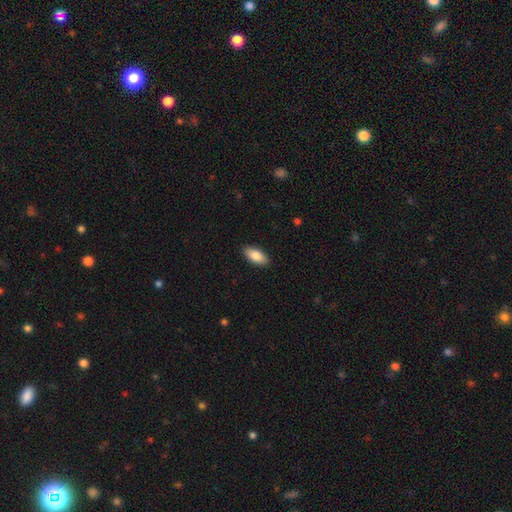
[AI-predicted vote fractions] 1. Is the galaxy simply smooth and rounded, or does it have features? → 84% smooth, 10% featured or disk, 6% star or artifact.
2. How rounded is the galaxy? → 88% in between, 10% cigar-shaped, 2% round.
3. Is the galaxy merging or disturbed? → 90% none, 8% minor disturbance, 2% major disturbance, 1% merger.